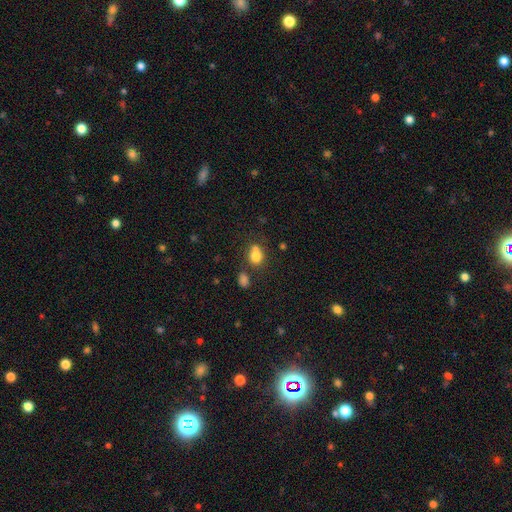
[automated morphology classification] This appears to be a smooth galaxy with no disk features (77%) that is round (60%). Merging: none (46%).